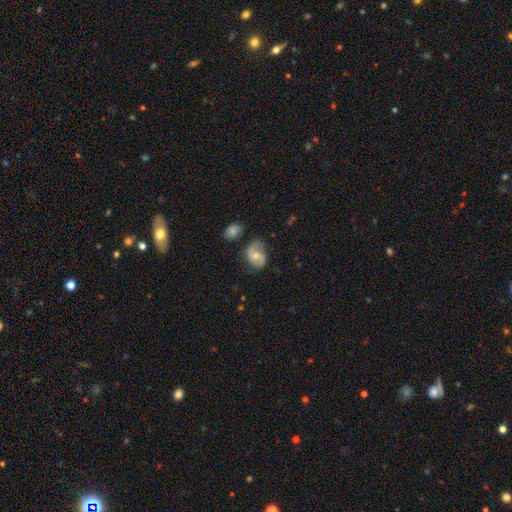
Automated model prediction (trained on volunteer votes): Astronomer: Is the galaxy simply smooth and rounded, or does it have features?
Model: featured or disk — 58% (runner-up: smooth, 34%).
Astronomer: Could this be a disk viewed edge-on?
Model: no — 97%.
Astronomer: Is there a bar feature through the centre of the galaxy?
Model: no — 59%.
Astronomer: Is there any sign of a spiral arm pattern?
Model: yes — 83%.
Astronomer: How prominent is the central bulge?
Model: moderate — 58% (runner-up: small, 36%).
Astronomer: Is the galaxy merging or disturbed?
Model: none — 61%.